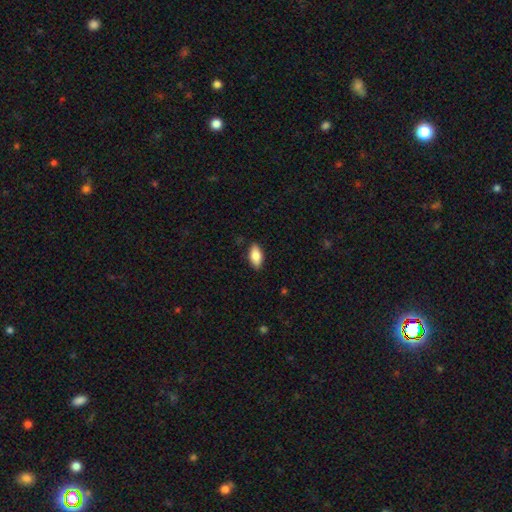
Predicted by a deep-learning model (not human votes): A smooth galaxy with no disk features (82%) that is in between round and cigar-shaped (89%). Merging: none (87%).